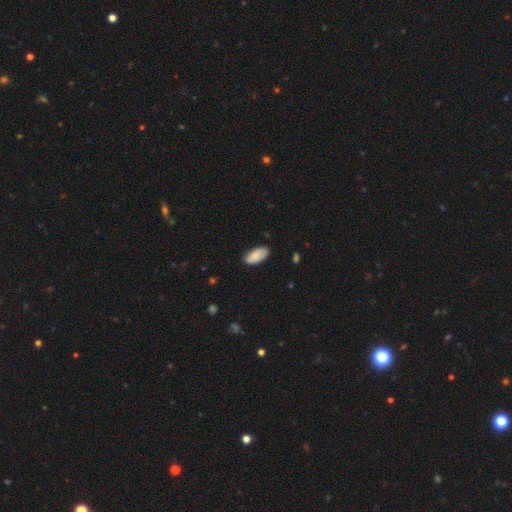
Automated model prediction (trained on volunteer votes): Smooth or featured? smooth (85%)
How rounded? in between (94%)
Merging? none (84%)